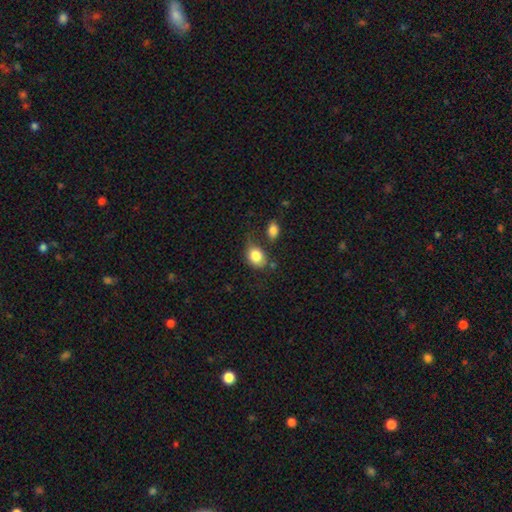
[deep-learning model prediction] Smooth or featured?
  - smooth: 83% *
  - featured or disk: 9%
  - star or artifact: 8%
How rounded?
  - in between: 53% *
  - round: 46%
  - cigar-shaped: 1%
Merging?
  - none: 51% *
  - minor disturbance: 25%
  - merger: 14%
  - major disturbance: 11%